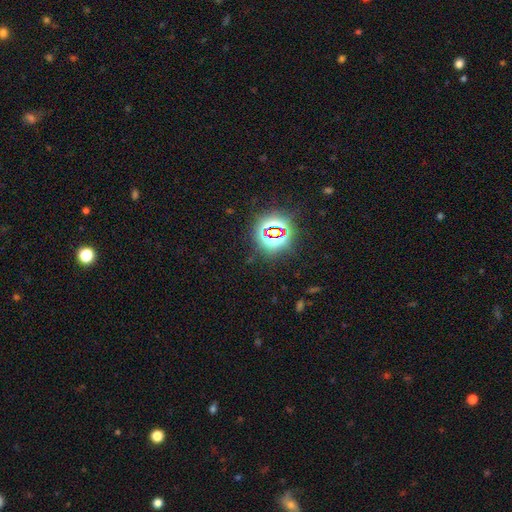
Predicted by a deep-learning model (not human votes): Smooth or featured?
  - star or artifact: 80% *
  - smooth: 13%
  - featured or disk: 7%